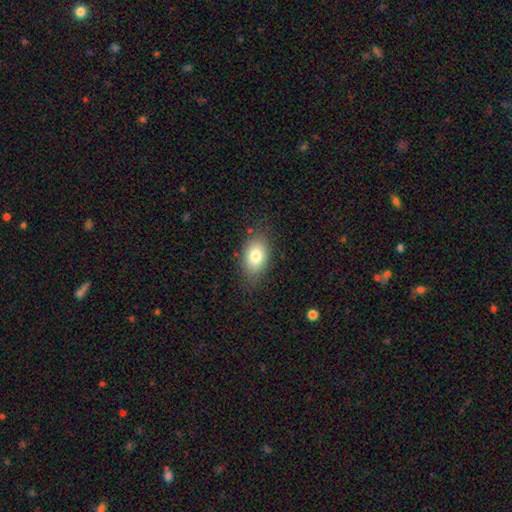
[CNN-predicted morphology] Smooth or featured: smooth — 80% (featured or disk — 11%)
How rounded: in between — 85% (round — 13%)
Merging: none — 83% (minor disturbance — 13%)